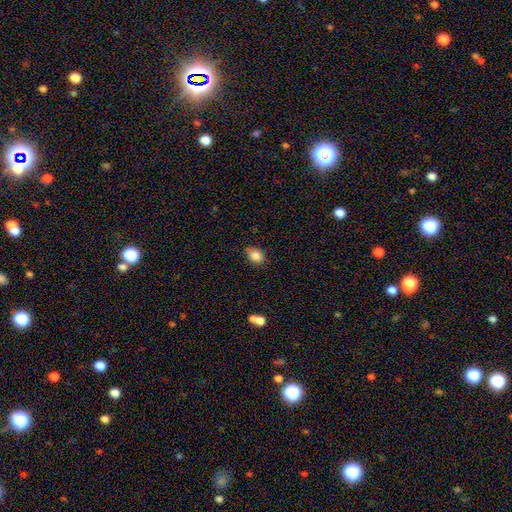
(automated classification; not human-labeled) Q: Smooth or featured?
A: smooth (86%); runner-up: star or artifact (8%)
Q: How rounded?
A: in between (74%); runner-up: round (25%)
Q: Merging?
A: none (77%); runner-up: minor disturbance (18%)